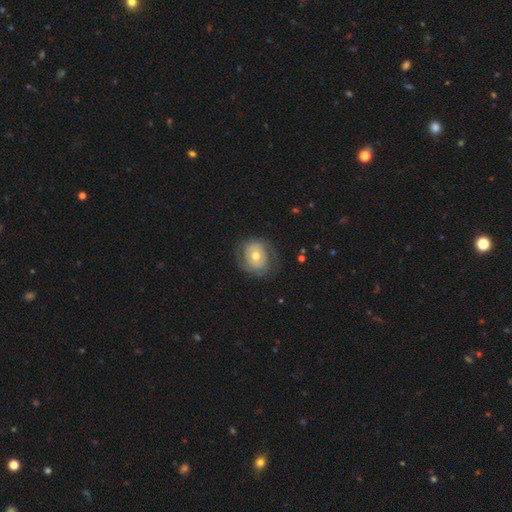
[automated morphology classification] A featured or disk galaxy (54%) with no bar (77%), no spiral arms (54%) and a moderate central bulge (75%). Merging: none (69%).